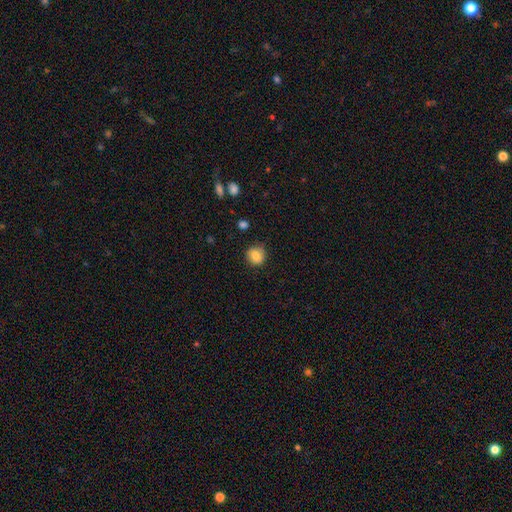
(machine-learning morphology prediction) A smooth galaxy with no disk features (83%) that is round (86%). Merging: none (85%).